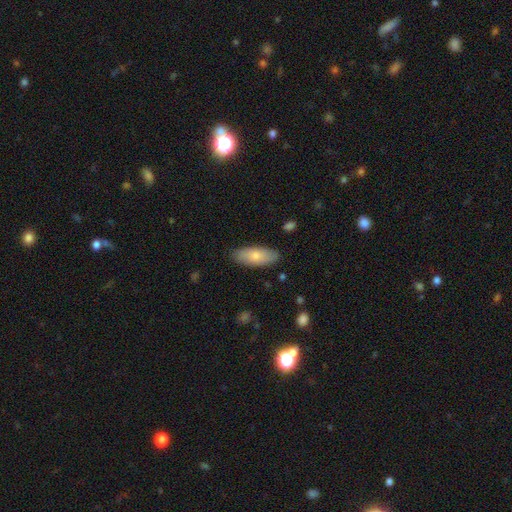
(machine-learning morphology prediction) Smooth or featured: smooth — 75% (featured or disk — 19%)
How rounded: in between — 82% (cigar-shaped — 16%)
Merging: none — 86% (minor disturbance — 11%)